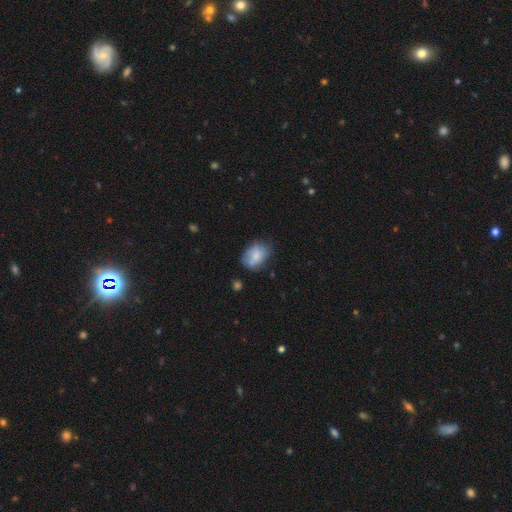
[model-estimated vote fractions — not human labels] Smooth or featured?
  - smooth: 71% *
  - featured or disk: 21%
  - star or artifact: 8%
How rounded?
  - in between: 80% *
  - round: 19%
  - cigar-shaped: 1%
Merging?
  - none: 56% *
  - minor disturbance: 31%
  - major disturbance: 9%
  - merger: 3%